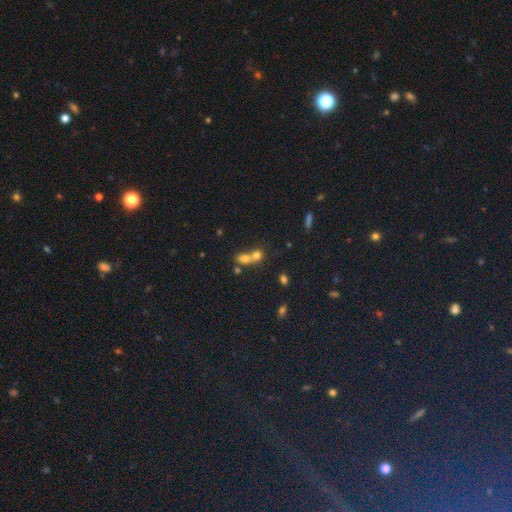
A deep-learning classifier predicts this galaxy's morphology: smooth_or_featured: smooth (p=0.66) [alt: star or artifact p=0.18]
how_rounded: round (p=0.57) [alt: in between p=0.39]
merging: merger (p=0.66) [alt: none p=0.24]